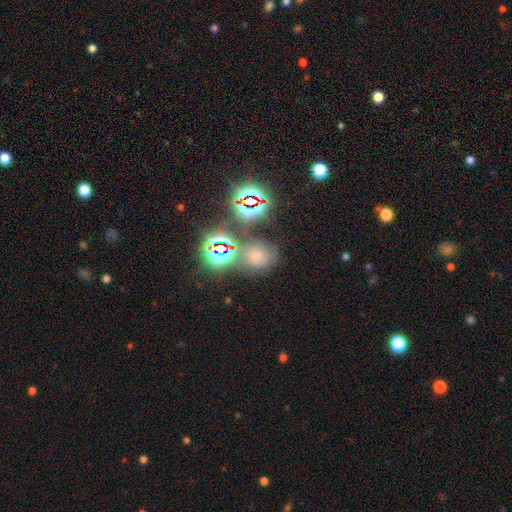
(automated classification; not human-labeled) Morphology: type=smooth (43%); merging=none (59%).